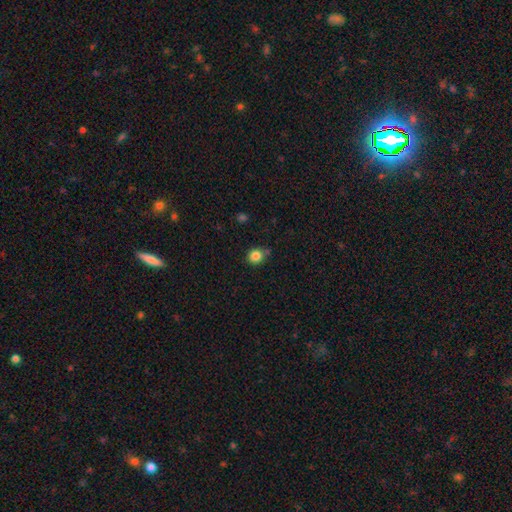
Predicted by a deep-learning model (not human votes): A smooth galaxy with no disk features (84%) that is round (84%). Merging: none (76%).